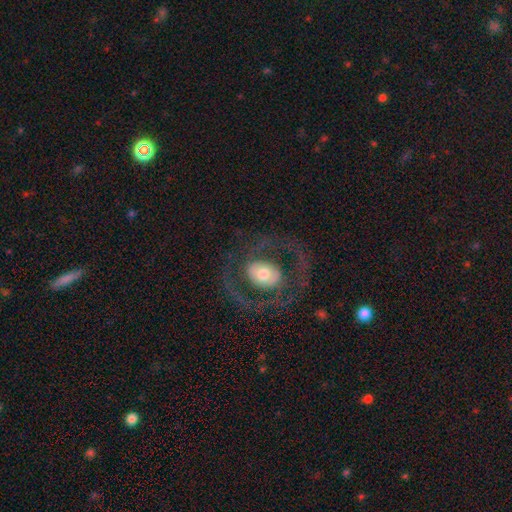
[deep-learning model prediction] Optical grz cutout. It shows a featured or disk galaxy (72%) with no bar (51%), spiral arms (54%) and a moderate central bulge (48%). Merging: none (79%).